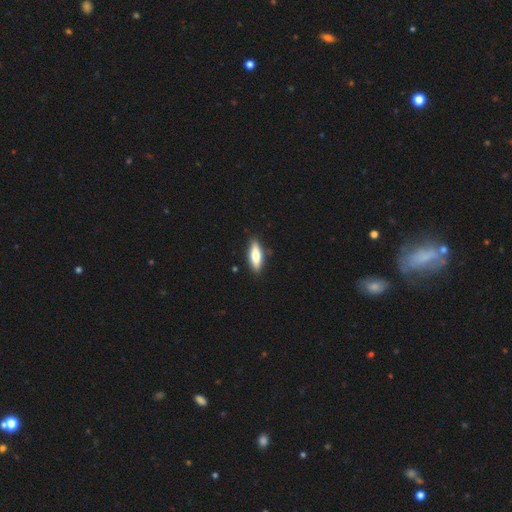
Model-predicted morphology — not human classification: A smooth galaxy with no disk features (69%) that is in between round and cigar-shaped (54%).

Vote fractions:
- Smooth or featured? smooth: 69% / featured or disk: 25% / star or artifact: 6%
- How rounded? in between: 54% / cigar-shaped: 43% / round: 2%
- Merging? none: 87% / minor disturbance: 10% / major disturbance: 2% / merger: 1%